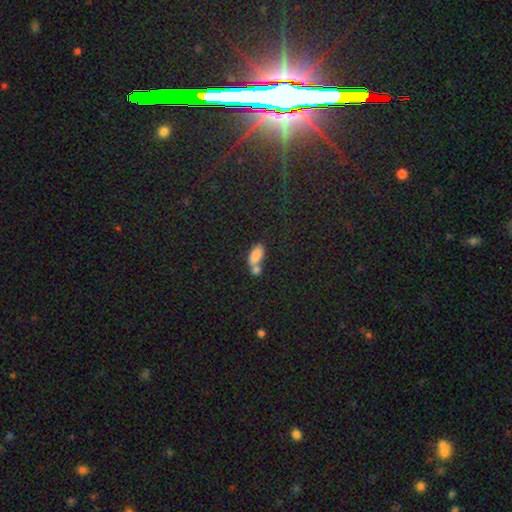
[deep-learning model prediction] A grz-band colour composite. It shows a smooth galaxy with no disk features (81%) that is in between round and cigar-shaped (89%). Merging: merger (55%).